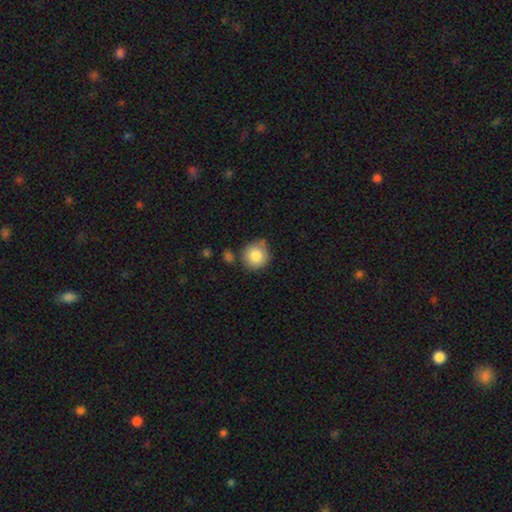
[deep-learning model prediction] This appears to be a smooth galaxy with no disk features (84%) that is round (92%). Merging: none (72%).